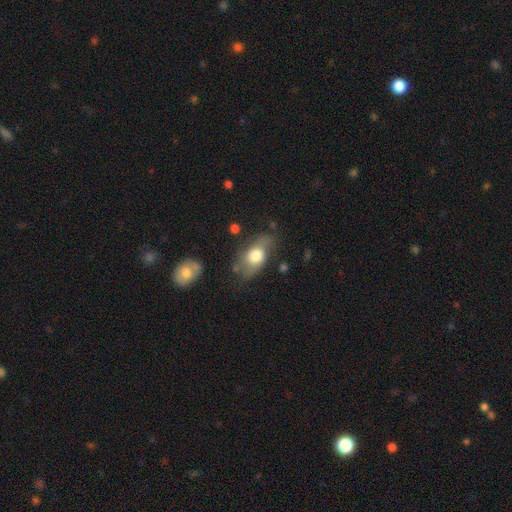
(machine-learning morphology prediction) Q: Smooth or featured?
A: smooth (66%); runner-up: featured or disk (26%)
Q: How rounded?
A: in between (83%); runner-up: round (13%)
Q: Merging?
A: none (55%); runner-up: minor disturbance (28%)